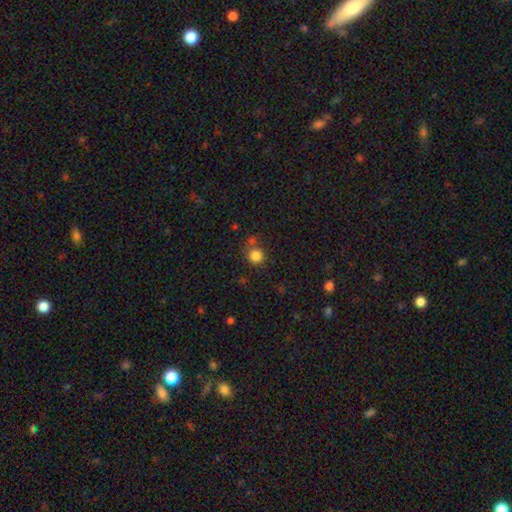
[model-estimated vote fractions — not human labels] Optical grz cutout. It shows a smooth galaxy with no disk features (84%) that is round (89%). Merging: none (70%).